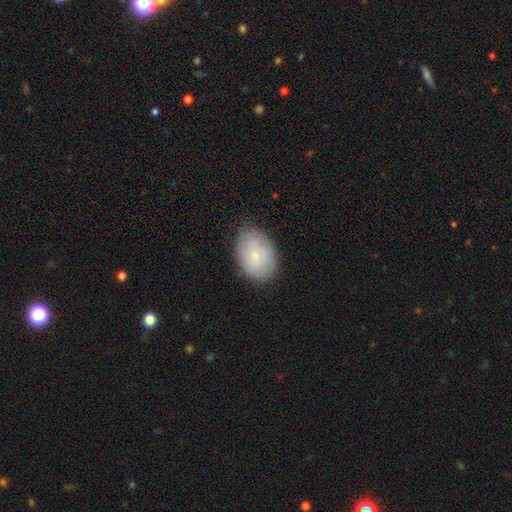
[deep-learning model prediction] Smooth or featured? smooth (74%)
How rounded? in between (84%)
Merging? none (82%)